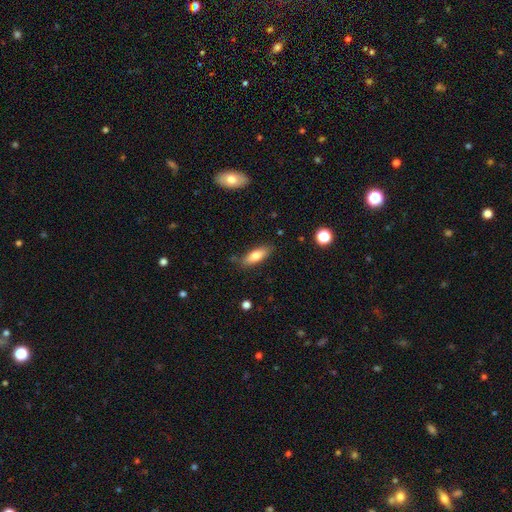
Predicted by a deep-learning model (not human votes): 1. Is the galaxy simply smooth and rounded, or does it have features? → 75% smooth, 18% featured or disk, 7% star or artifact.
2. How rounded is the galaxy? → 65% in between, 33% cigar-shaped, 2% round.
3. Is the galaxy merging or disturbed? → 79% none, 16% minor disturbance, 3% major disturbance, 2% merger.